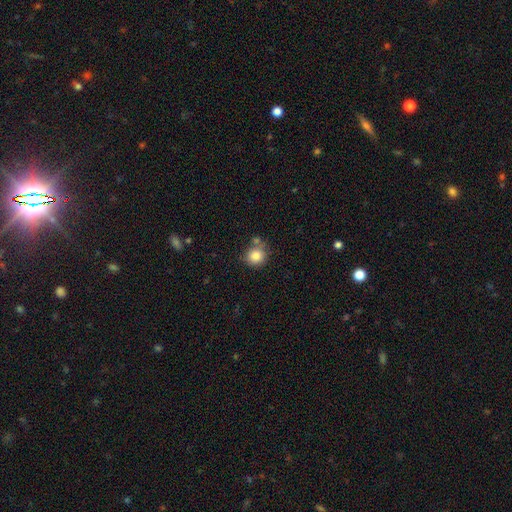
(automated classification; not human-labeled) Smooth or featured: smooth — 84% (star or artifact — 9%)
How rounded: round — 87% (in between — 12%)
Merging: none — 65% (merger — 15%)